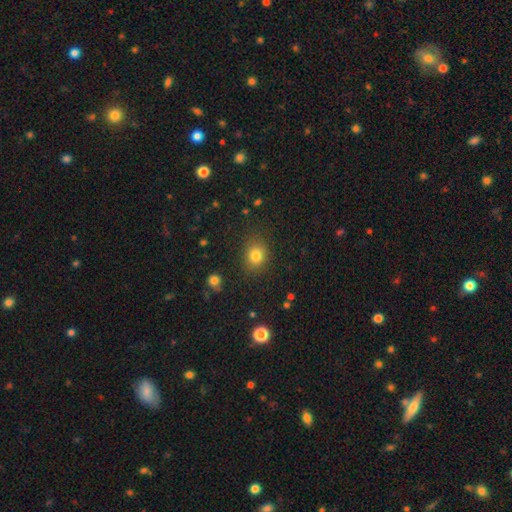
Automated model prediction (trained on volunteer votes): Q: Smooth or featured?
A: smooth (79%); runner-up: star or artifact (14%)
Q: How rounded?
A: round (60%); runner-up: in between (39%)
Q: Merging?
A: none (84%); runner-up: minor disturbance (10%)